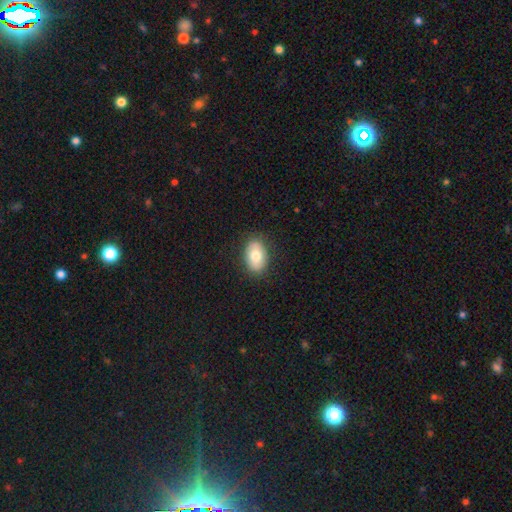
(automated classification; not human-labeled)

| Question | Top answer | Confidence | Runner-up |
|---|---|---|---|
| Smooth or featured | smooth | 75% | featured or disk (18%) |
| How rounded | in between | 88% | round (11%) |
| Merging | none | 86% | minor disturbance (10%) |